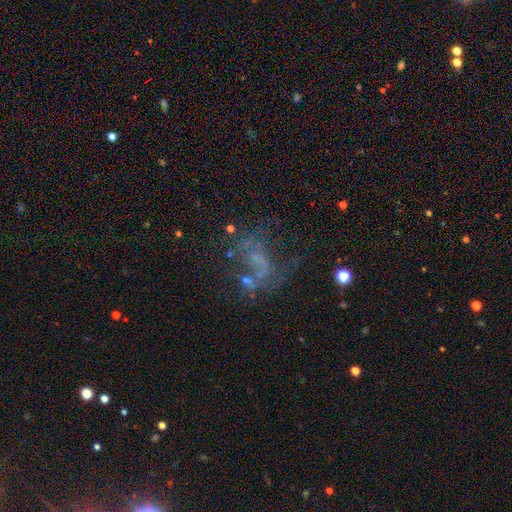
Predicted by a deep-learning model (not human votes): This appears to be a featured or disk galaxy (47%). Merging: none (39%).